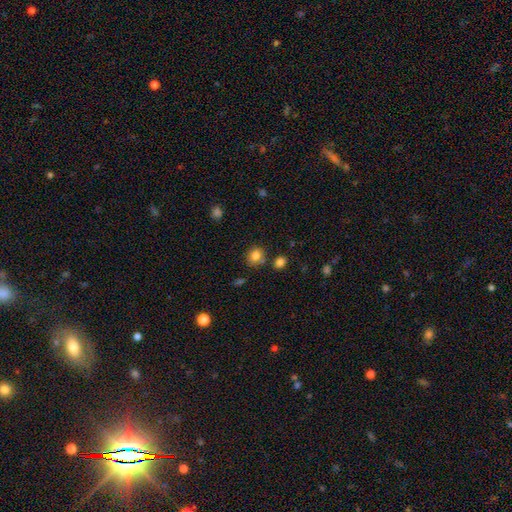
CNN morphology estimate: Smooth or featured? Predicted: smooth (p=0.81). How rounded? Predicted: round (p=0.75). Merging? Predicted: none (p=0.74).